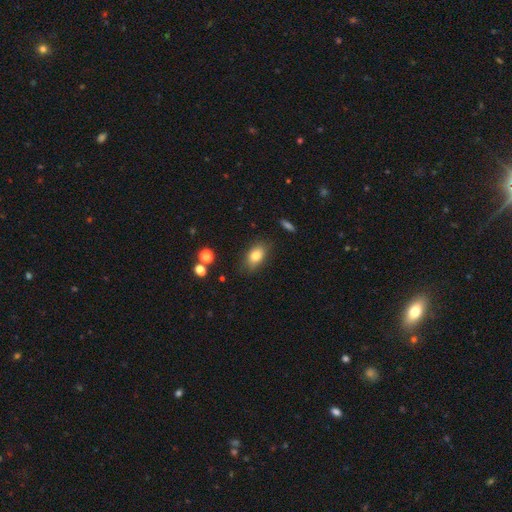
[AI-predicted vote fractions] smooth_or_featured: smooth (p=0.81) [alt: featured or disk p=0.10]
how_rounded: in between (p=0.86) [alt: round p=0.11]
merging: none (p=0.81) [alt: minor disturbance p=0.14]